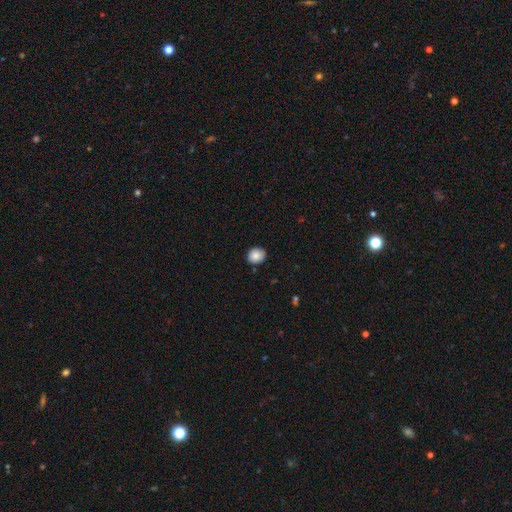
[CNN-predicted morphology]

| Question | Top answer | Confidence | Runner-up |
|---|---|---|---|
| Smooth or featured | smooth | 86% | star or artifact (8%) |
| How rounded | round | 76% | in between (23%) |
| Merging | none | 87% | minor disturbance (9%) |